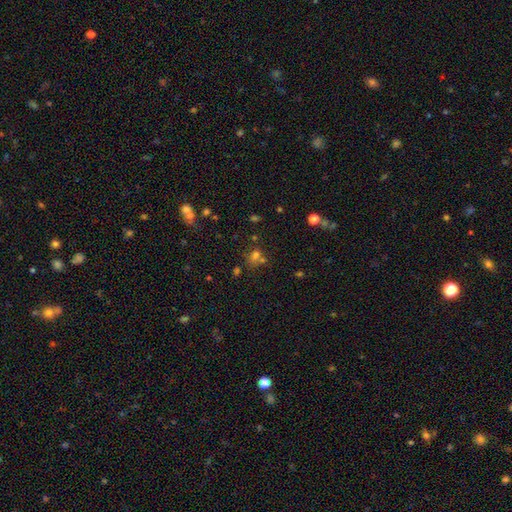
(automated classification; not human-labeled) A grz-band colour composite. It shows a smooth galaxy with no disk features (57%) that is round (64%). Merging: none (53%).